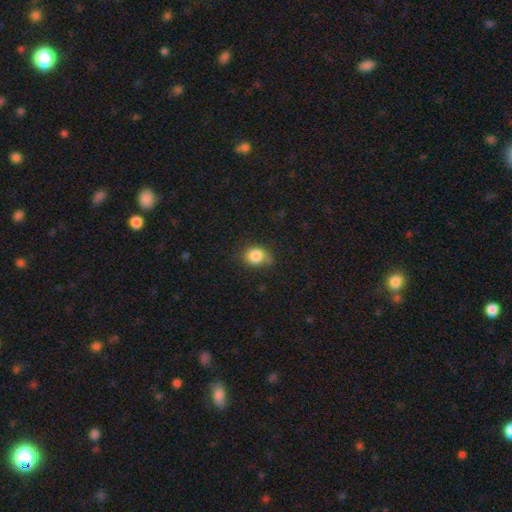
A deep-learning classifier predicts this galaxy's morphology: Smooth or featured?
  - smooth: 84% *
  - star or artifact: 9%
  - featured or disk: 7%
How rounded?
  - round: 59% *
  - in between: 40%
  - cigar-shaped: 1%
Merging?
  - none: 60% *
  - minor disturbance: 29%
  - major disturbance: 7%
  - merger: 4%